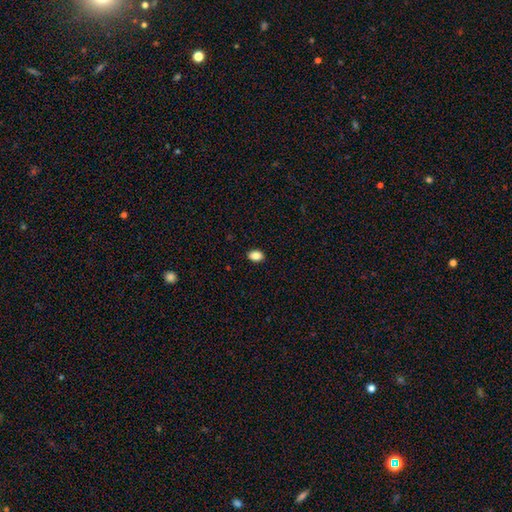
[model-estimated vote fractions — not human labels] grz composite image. It shows a smooth galaxy with no disk features (87%) that is in between round and cigar-shaped (76%). Merging: none (90%).